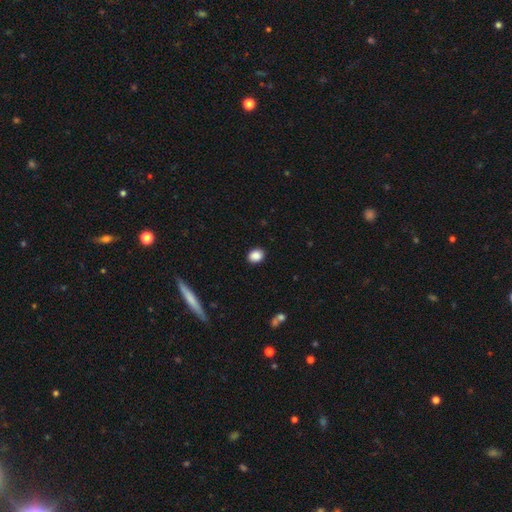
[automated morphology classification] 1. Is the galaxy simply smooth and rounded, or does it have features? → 88% smooth, 8% star or artifact, 4% featured or disk.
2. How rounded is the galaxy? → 50% in between, 49% round, 2% cigar-shaped.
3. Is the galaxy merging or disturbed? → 90% none, 7% minor disturbance, 2% major disturbance, 1% merger.